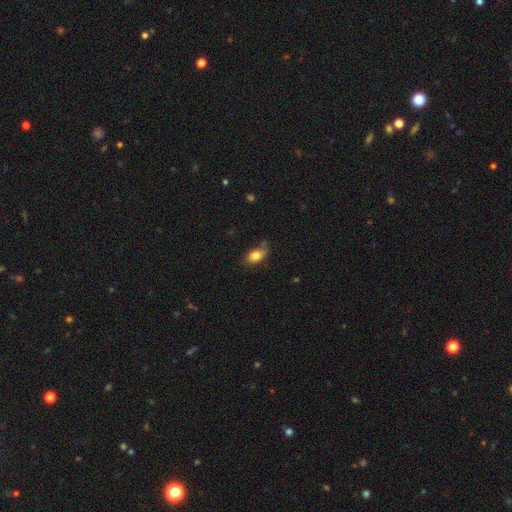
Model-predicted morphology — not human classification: This appears to be a smooth galaxy with no disk features (80%) that is in between round and cigar-shaped (86%). Merging: none (62%).